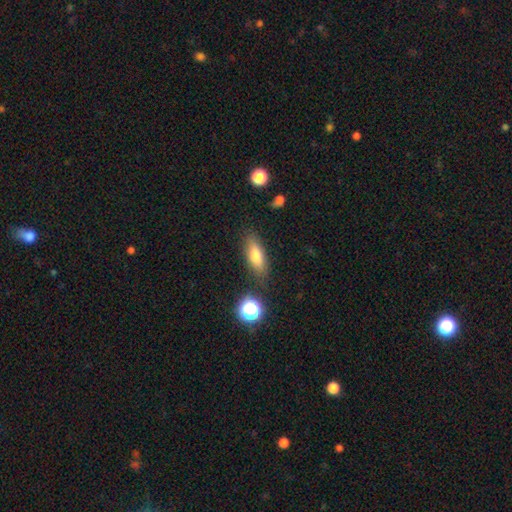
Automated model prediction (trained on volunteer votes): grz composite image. It shows a smooth galaxy with no disk features (75%) that is in between round and cigar-shaped (64%). Merging: none (81%).